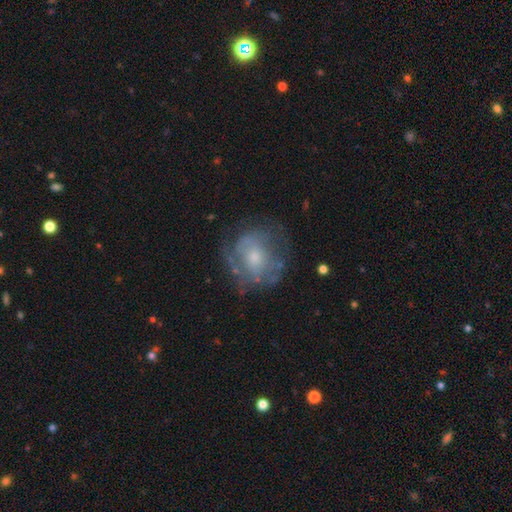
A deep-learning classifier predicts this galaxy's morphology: Q: Smooth or featured?
A: featured or disk (56%); runner-up: smooth (34%)
Q: Edge-on disk?
A: no (97%); runner-up: yes (3%)
Q: Bar?
A: no (76%); runner-up: weak (20%)
Q: Spiral arms?
A: no (52%); runner-up: yes (48%)
Q: Bulge size?
A: moderate (47%); runner-up: small (41%)
Q: Merging?
A: none (61%); runner-up: minor disturbance (21%)